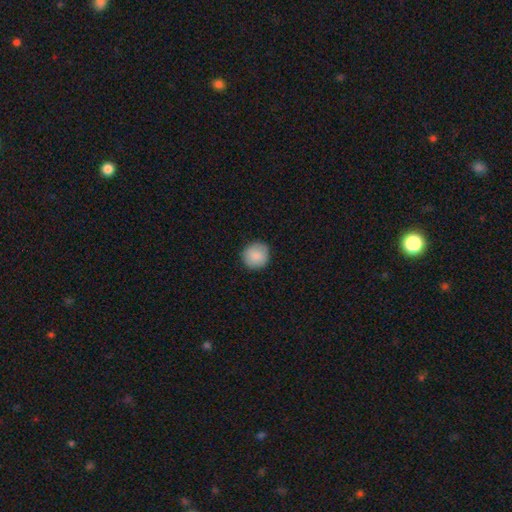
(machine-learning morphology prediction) smooth 87%, star or artifact 7%, featured or disk 6%. Down the decision tree: how rounded — round (93%); merging — none (89%).